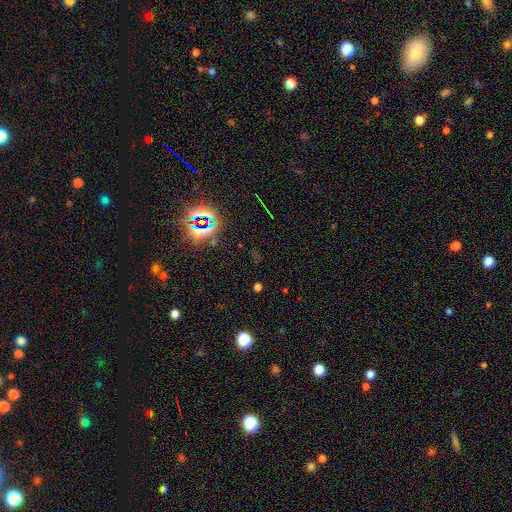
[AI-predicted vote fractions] This is likely a star or artifact rather than a galaxy (76%).